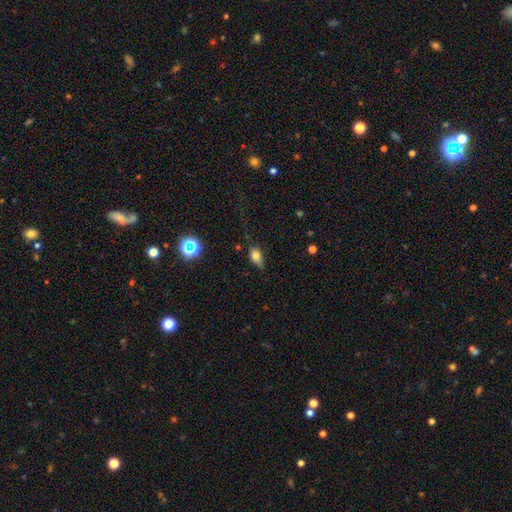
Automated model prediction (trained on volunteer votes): smooth_or_featured: smooth (p=0.69) [alt: featured or disk p=0.18]
how_rounded: in between (p=0.76) [alt: round p=0.17]
merging: none (p=0.55) [alt: minor disturbance p=0.32]